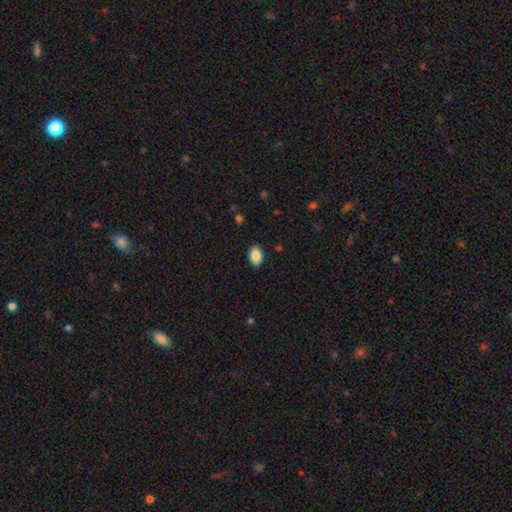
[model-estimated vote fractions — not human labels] Smooth or featured? Predicted: smooth (p=0.88). How rounded? Predicted: in between (p=0.86). Merging? Predicted: none (p=0.88).